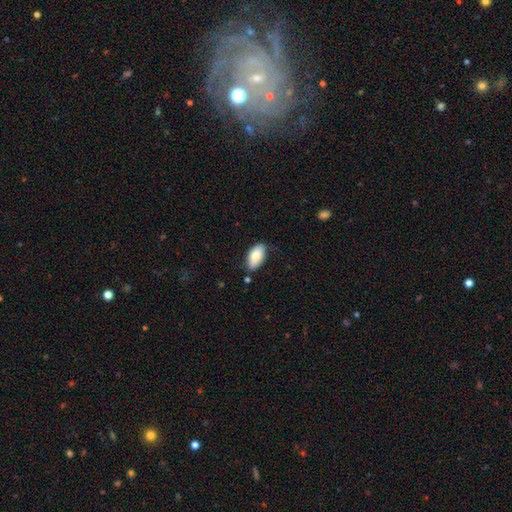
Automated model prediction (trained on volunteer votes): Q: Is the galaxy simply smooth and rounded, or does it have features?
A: smooth — 81%.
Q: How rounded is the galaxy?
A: in between — 93%.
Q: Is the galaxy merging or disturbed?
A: none — 76%.